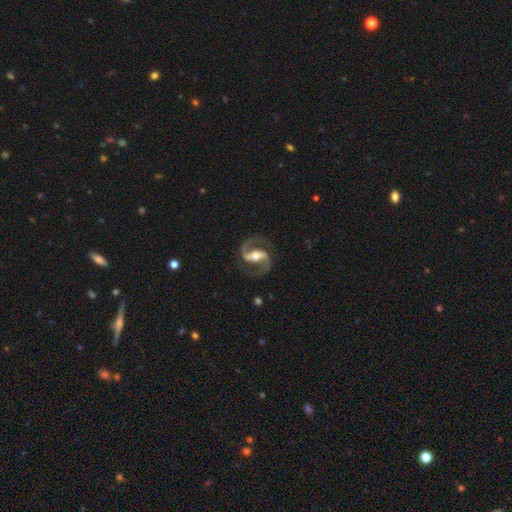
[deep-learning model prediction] Overall: featured or disk (93%). Edge-on disk: no (98%). Bar: strong (51%; weak 34%). Spiral arms: yes (98%). Spiral arm count: 2 (95%). Spiral winding: medium (64%). Bulge size: moderate (67%). Merging: none (84%).